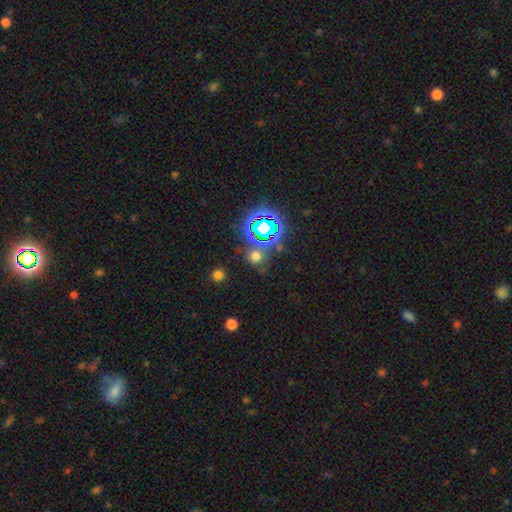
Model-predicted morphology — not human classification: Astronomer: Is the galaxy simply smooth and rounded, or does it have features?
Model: smooth — 54% (runner-up: star or artifact, 38%).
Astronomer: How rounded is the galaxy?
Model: round — 85%.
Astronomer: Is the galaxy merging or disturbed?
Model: none — 75%.